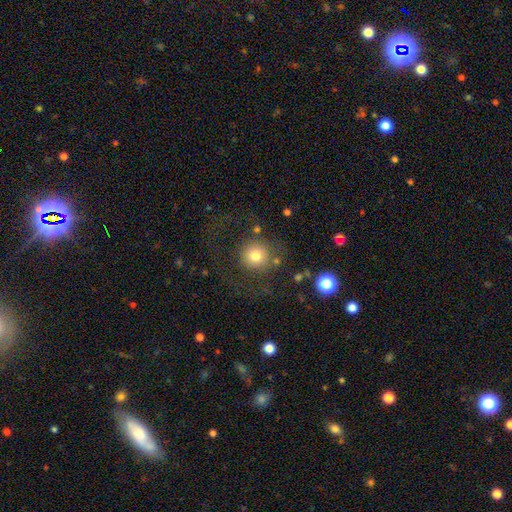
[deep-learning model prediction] A smooth galaxy with no disk features (75%) that is round (94%). Merging: none (72%).